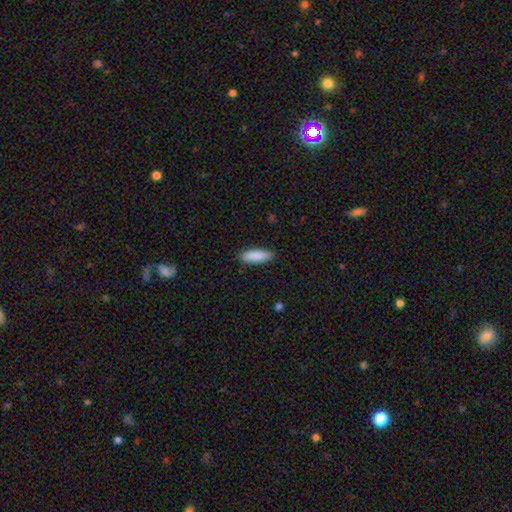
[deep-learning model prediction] Smooth or featured: smooth — 89% (star or artifact — 6%)
How rounded: in between — 54% (cigar-shaped — 44%)
Merging: none — 88% (minor disturbance — 9%)